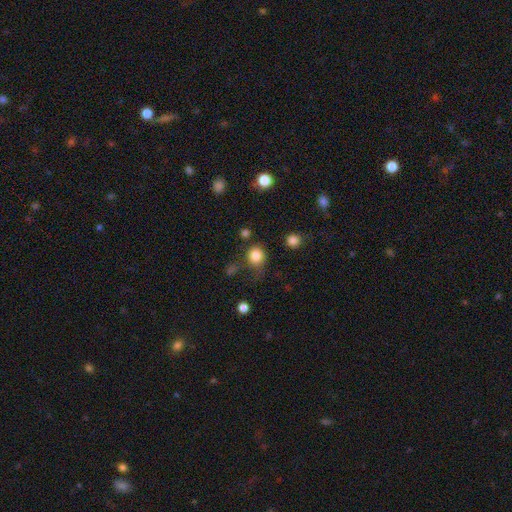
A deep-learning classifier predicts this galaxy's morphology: Smooth or featured? Predicted: smooth (p=0.83). How rounded? Predicted: round (p=0.84). Merging? Predicted: none (p=0.68).